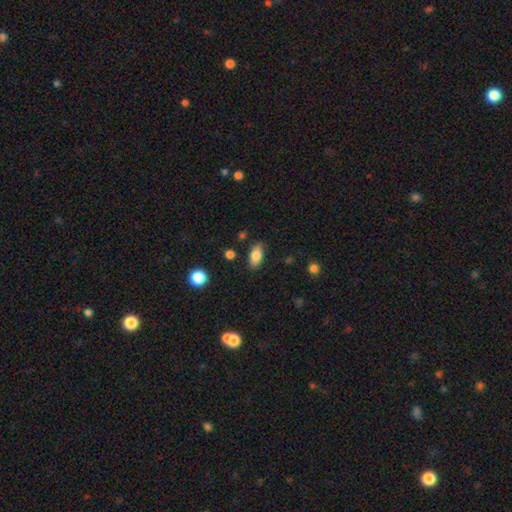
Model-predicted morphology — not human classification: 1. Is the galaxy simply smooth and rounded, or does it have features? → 79% smooth, 13% featured or disk, 8% star or artifact.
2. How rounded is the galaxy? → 88% in between, 7% cigar-shaped, 5% round.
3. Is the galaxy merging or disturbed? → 82% none, 12% minor disturbance, 3% major disturbance, 2% merger.